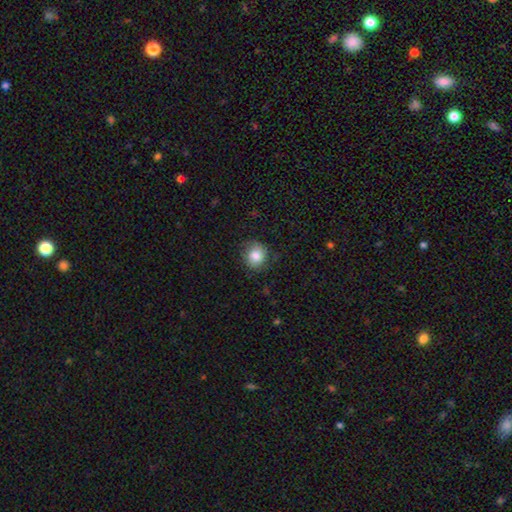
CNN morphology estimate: Overall: smooth (84%). How rounded: round (81%). Merging: none (78%).